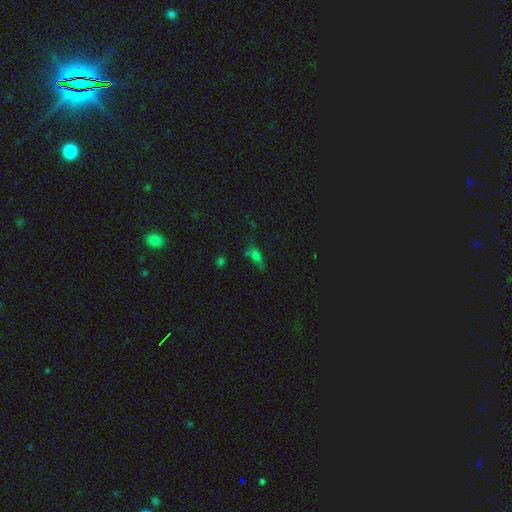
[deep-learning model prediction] smooth 53%, star or artifact 28%, featured or disk 19%. Down the decision tree: how rounded — in between (61%); merging — none (56%).